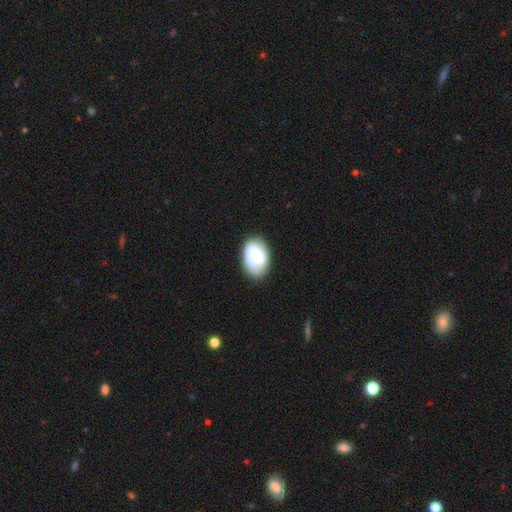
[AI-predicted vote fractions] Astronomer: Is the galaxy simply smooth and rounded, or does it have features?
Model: smooth — 62%.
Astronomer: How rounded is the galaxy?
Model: in between — 89%.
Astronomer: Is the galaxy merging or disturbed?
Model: none — 72%.